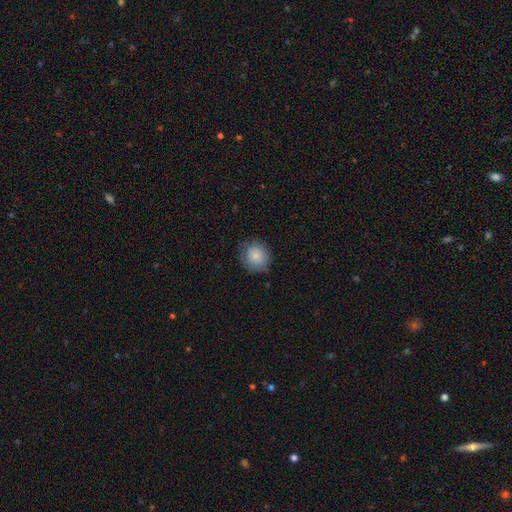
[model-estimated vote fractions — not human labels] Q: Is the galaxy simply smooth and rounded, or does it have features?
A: smooth — 84%.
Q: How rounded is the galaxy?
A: round — 87%.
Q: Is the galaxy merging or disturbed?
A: none — 77%.